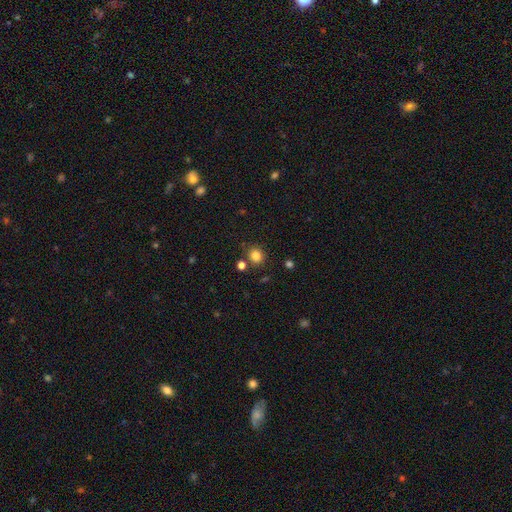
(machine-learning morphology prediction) type=smooth (83%); roundness=round (80%); merging=none (82%).